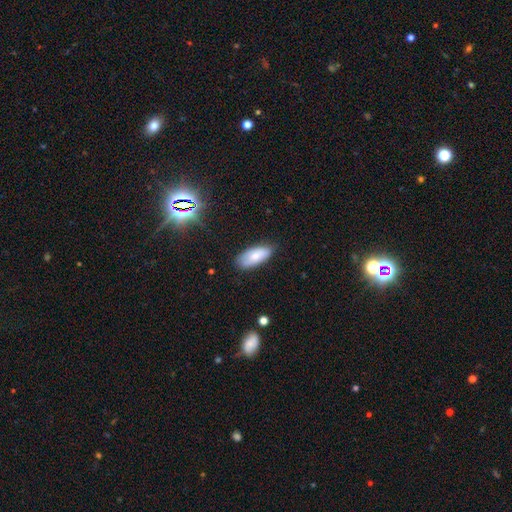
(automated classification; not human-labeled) Morphology: type=smooth (73%); roundness=in between (87%); merging=none (77%).